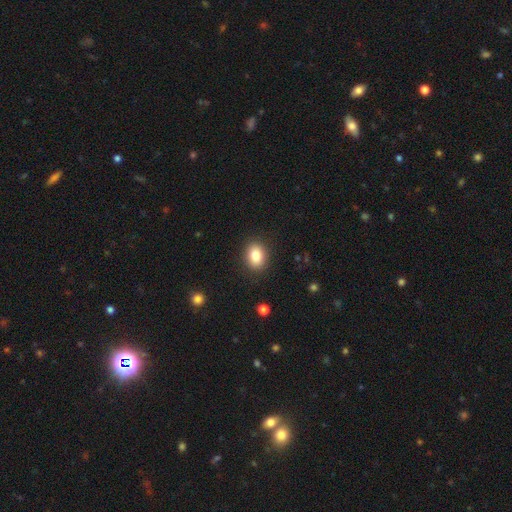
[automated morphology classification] Smooth or featured?
  - smooth: 83% *
  - star or artifact: 9%
  - featured or disk: 7%
How rounded?
  - in between: 61% *
  - round: 38%
  - cigar-shaped: 1%
Merging?
  - none: 89% *
  - minor disturbance: 8%
  - major disturbance: 2%
  - merger: 1%